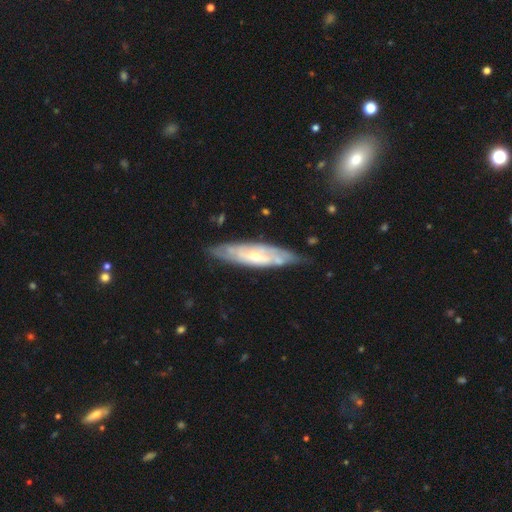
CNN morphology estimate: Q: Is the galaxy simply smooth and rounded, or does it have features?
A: featured or disk — 69%.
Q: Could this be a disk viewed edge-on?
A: no — 63%.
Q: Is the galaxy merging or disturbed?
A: none — 72%.